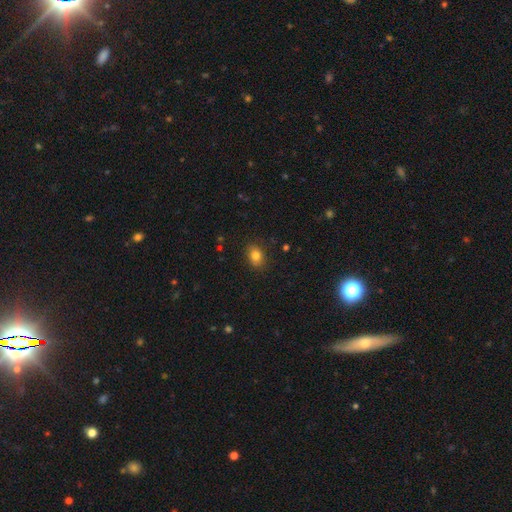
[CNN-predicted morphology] Smooth or featured?
  - smooth: 82% *
  - star or artifact: 11%
  - featured or disk: 7%
How rounded?
  - in between: 70% *
  - round: 29%
  - cigar-shaped: 1%
Merging?
  - none: 86% *
  - minor disturbance: 10%
  - major disturbance: 2%
  - merger: 1%